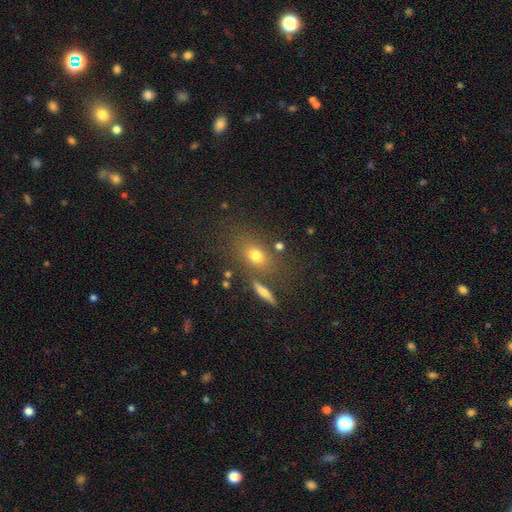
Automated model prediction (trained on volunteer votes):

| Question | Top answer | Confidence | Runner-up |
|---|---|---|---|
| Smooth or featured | smooth | 69% | featured or disk (16%) |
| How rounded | in between | 65% | round (28%) |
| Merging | none | 70% | minor disturbance (13%) |